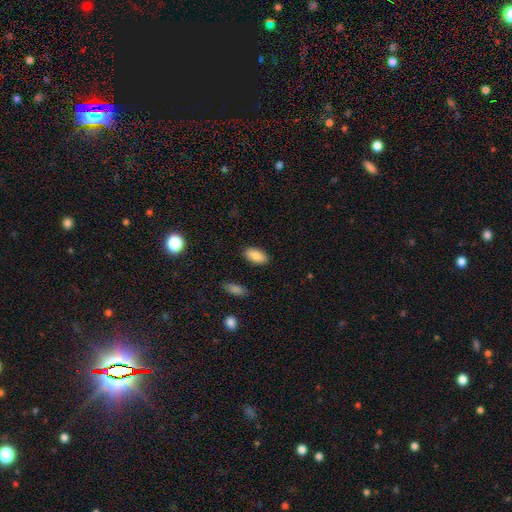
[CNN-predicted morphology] Overall: smooth (88%). How rounded: in between (91%). Merging: none (87%).